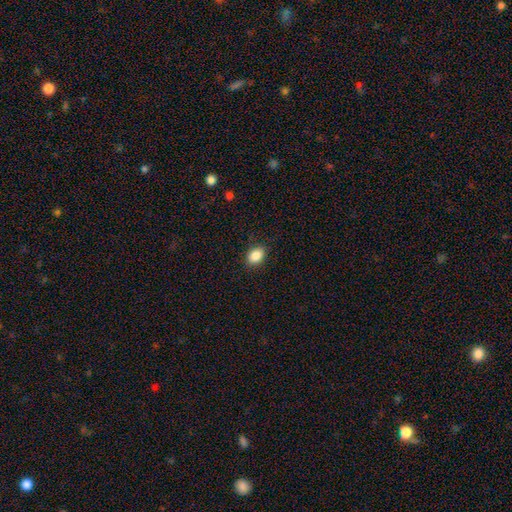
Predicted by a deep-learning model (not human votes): Overall: smooth (87%). How rounded: in between (74%). Merging: none (87%).